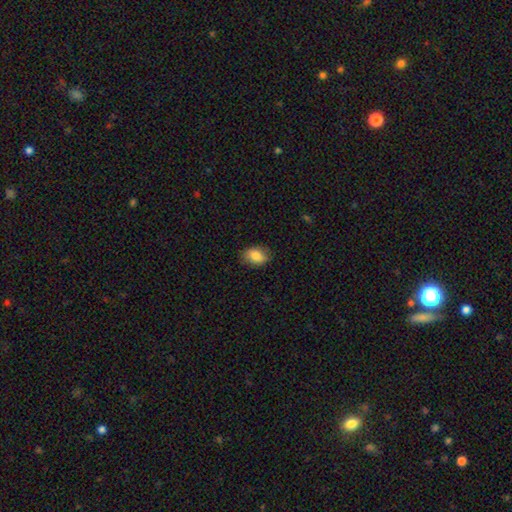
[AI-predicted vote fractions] Smooth or featured? smooth (83%)
How rounded? in between (75%)
Merging? none (82%)